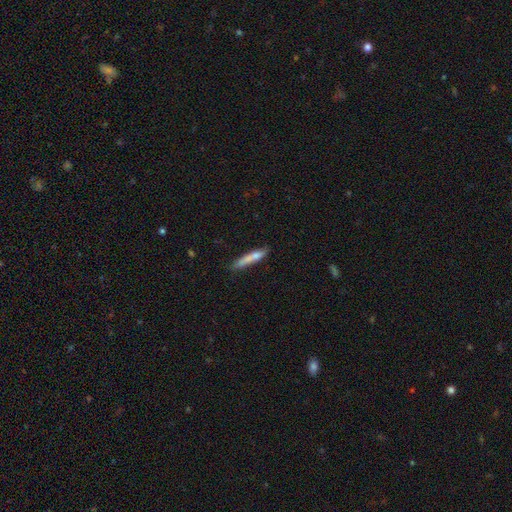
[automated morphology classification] This appears to be a smooth galaxy with no disk features (71%) that is cigar-shaped (91%). Merging: none (65%).